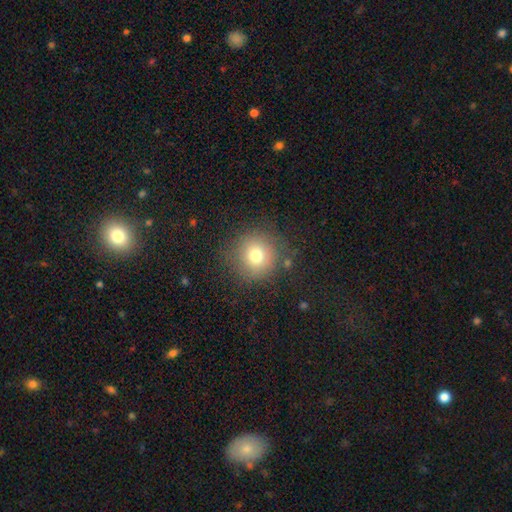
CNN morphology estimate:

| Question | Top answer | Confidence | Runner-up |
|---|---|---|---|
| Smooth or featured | smooth | 74% | star or artifact (15%) |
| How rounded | round | 93% | in between (6%) |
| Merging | none | 84% | minor disturbance (10%) |